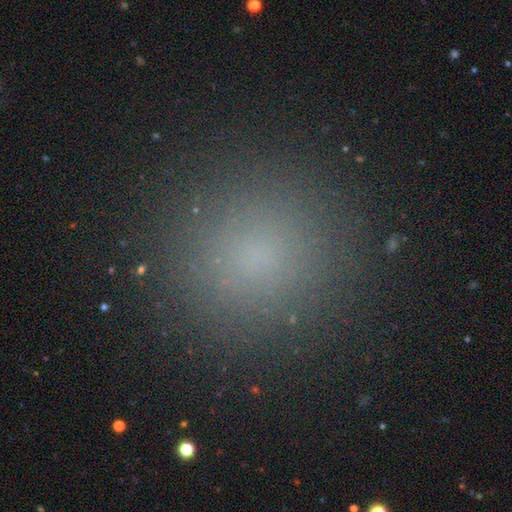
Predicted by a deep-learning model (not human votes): A smooth galaxy with no disk features (74%) that is round (93%).

Vote fractions:
- Smooth or featured? smooth: 74% / star or artifact: 20% / featured or disk: 6%
- How rounded? round: 93% / in between: 6% / cigar-shaped: 1%
- Merging? none: 90% / minor disturbance: 6% / major disturbance: 2% / merger: 1%